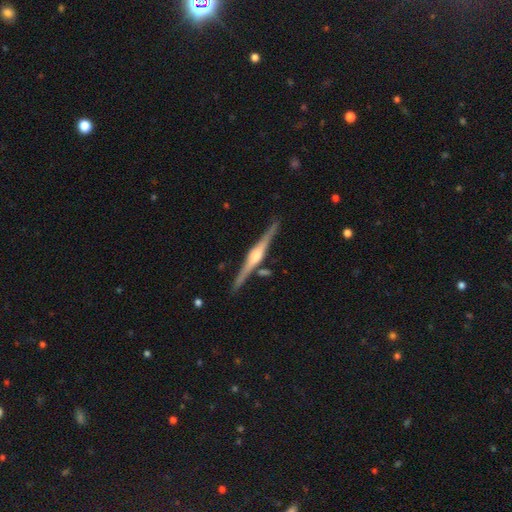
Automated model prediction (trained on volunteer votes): Smooth or featured?
  - featured or disk: 85% *
  - smooth: 10%
  - star or artifact: 5%
Edge-on disk?
  - yes: 98% *
  - no: 2%
Edge-on bulge?
  - rounded: 84% *
  - boxy: 12%
  - none: 4%
Merging?
  - none: 87% *
  - minor disturbance: 8%
  - merger: 4%
  - major disturbance: 2%